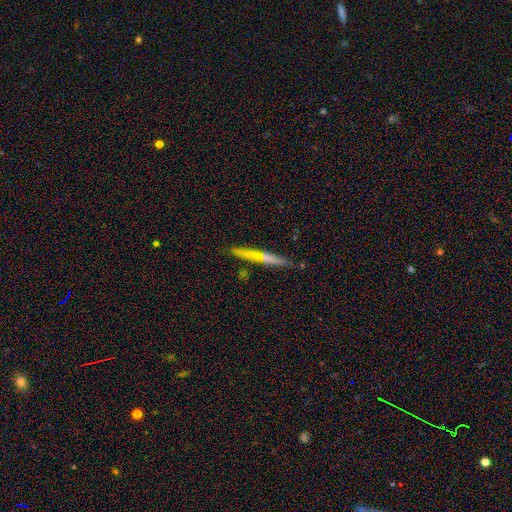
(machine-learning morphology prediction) This is possibly a smooth galaxy (50%). Merging: clearly none (85%).